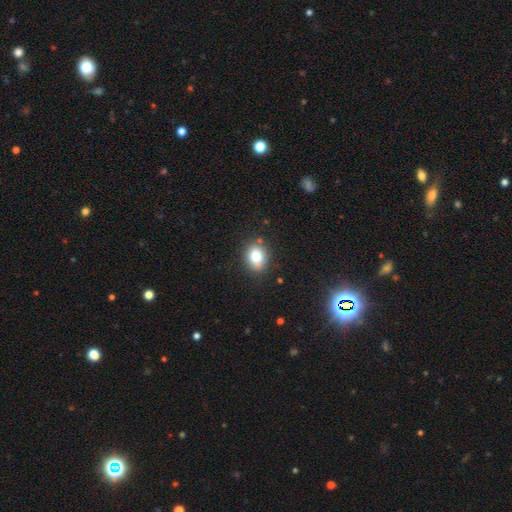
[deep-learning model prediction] smooth-or-featured: smooth: 81% | star or artifact: 10% | featured or disk: 9%
  how-rounded: in between: 52% | round: 47% | cigar-shaped: 1%
  merging: none: 82% | minor disturbance: 12% | major disturbance: 3% | merger: 3%